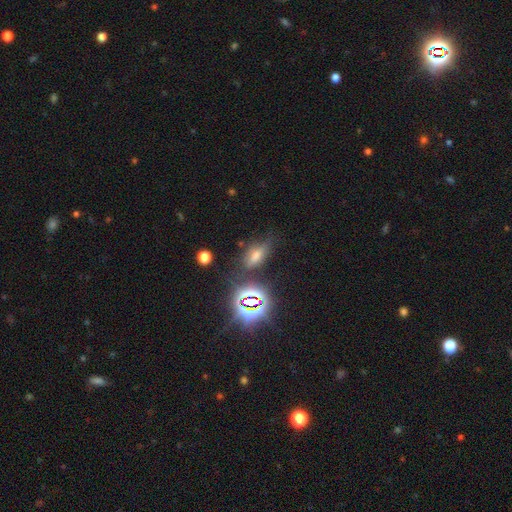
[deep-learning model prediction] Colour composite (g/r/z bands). It shows a smooth galaxy with no disk features (44%). Merging: none (65%).